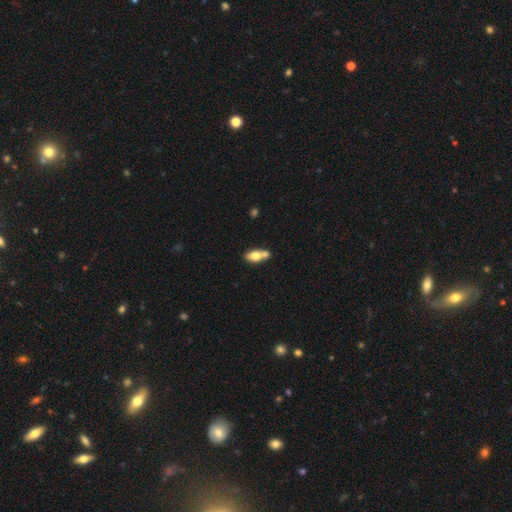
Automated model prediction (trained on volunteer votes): Smooth or featured?
  - smooth: 71% *
  - featured or disk: 22%
  - star or artifact: 7%
How rounded?
  - in between: 83% *
  - cigar-shaped: 10%
  - round: 6%
Merging?
  - none: 43% *
  - merger: 41%
  - minor disturbance: 12%
  - major disturbance: 4%